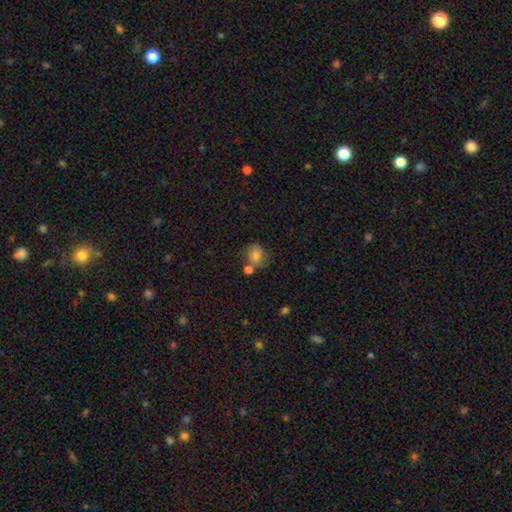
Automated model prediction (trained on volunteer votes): smooth_or_featured: smooth (p=0.70) [alt: featured or disk p=0.20]
how_rounded: round (p=0.66) [alt: in between p=0.33]
merging: none (p=0.52) [alt: merger p=0.20]